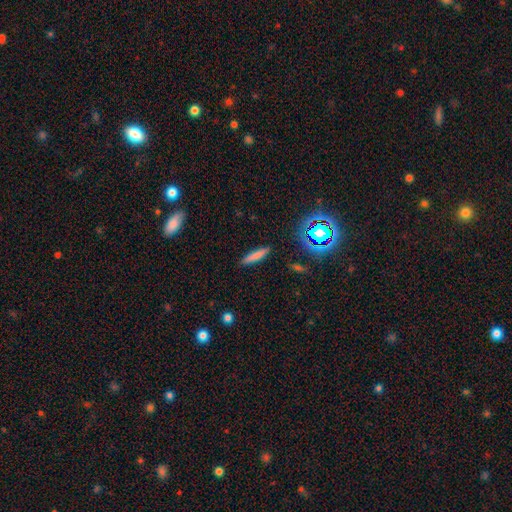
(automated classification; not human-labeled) smooth-or-featured: smooth: 75% | featured or disk: 14% | star or artifact: 11%
  how-rounded: cigar-shaped: 86% | in between: 12% | round: 2%
  merging: none: 89% | minor disturbance: 7% | major disturbance: 2% | merger: 2%